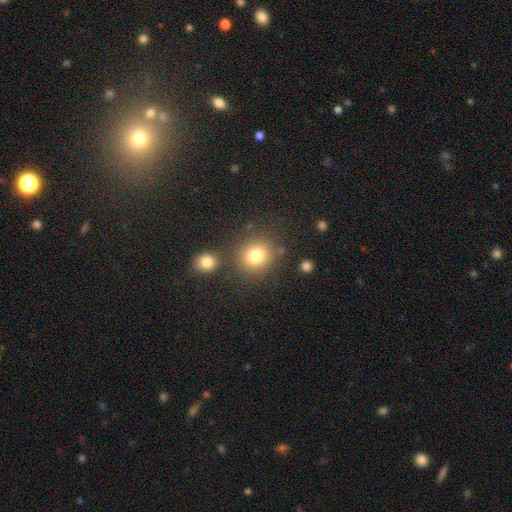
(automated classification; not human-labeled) A smooth galaxy with no disk features (80%) that is round (84%). Merging: none (76%).